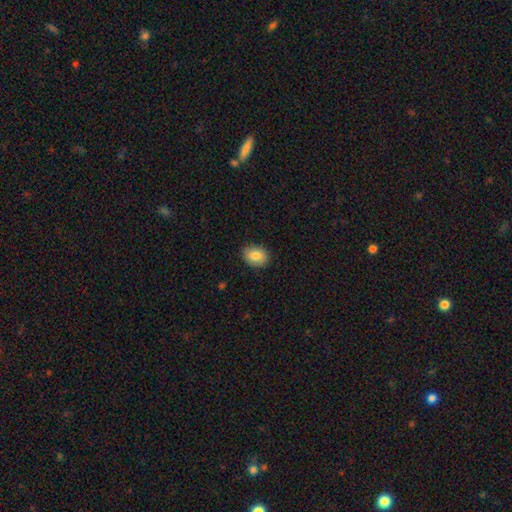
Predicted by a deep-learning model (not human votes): Smooth or featured? smooth (84%)
How rounded? in between (66%)
Merging? none (87%)